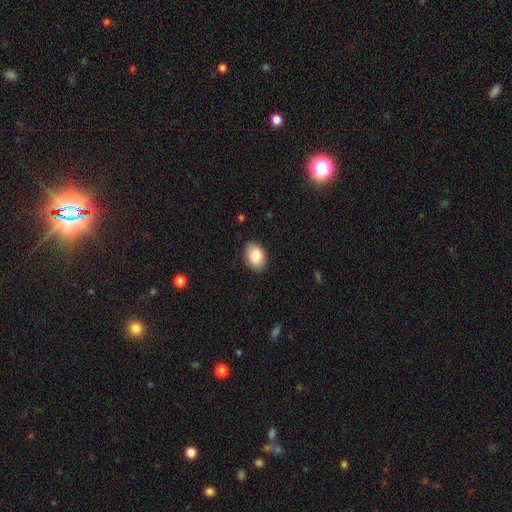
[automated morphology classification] Overall: smooth (85%). How rounded: in between (85%). Merging: none (86%).